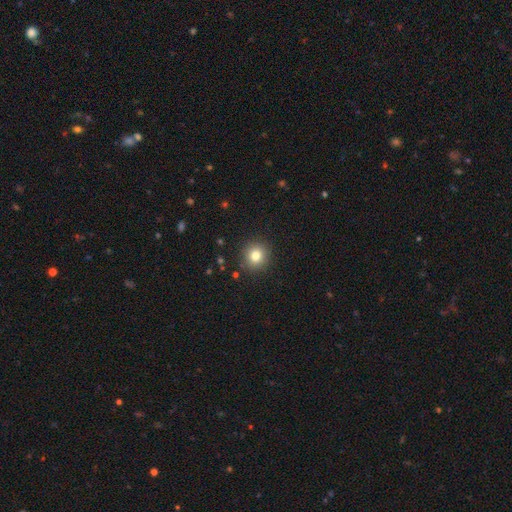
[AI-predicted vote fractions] A smooth galaxy with no disk features (81%) that is round (92%). Merging: none (91%).